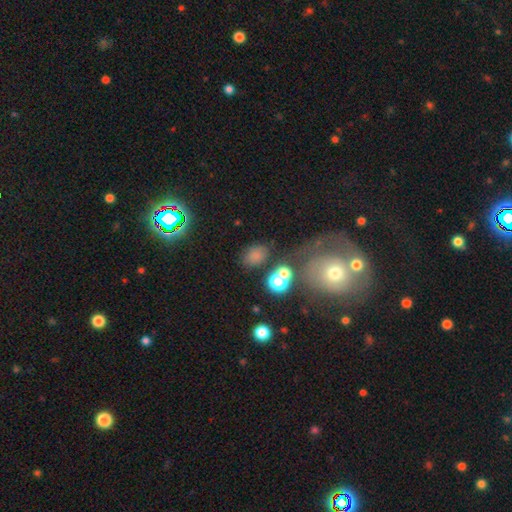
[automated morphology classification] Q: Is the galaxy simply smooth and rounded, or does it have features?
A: smooth — 70%.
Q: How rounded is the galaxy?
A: in between — 67%.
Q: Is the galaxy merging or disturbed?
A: none — 69%.